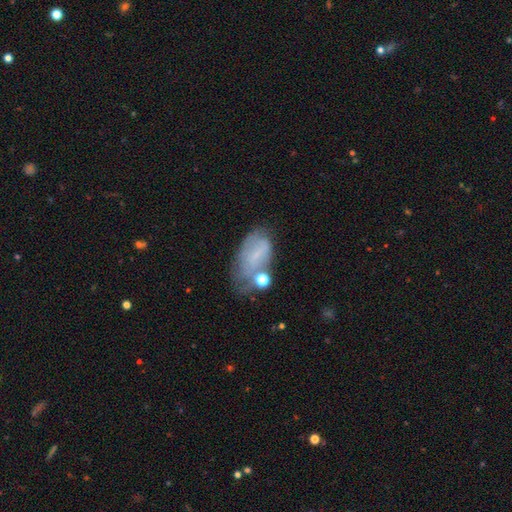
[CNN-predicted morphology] This is possibly a smooth galaxy (47%). Merging: marginally none (37%).